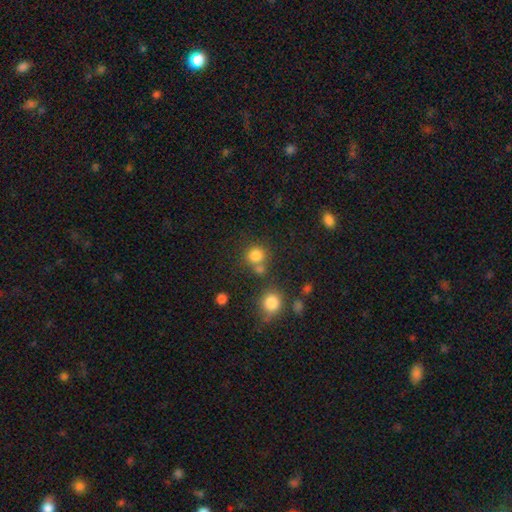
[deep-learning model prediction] This is clearly a smooth galaxy (80%). How rounded: clearly round (89%). Merging: likely none (64%).